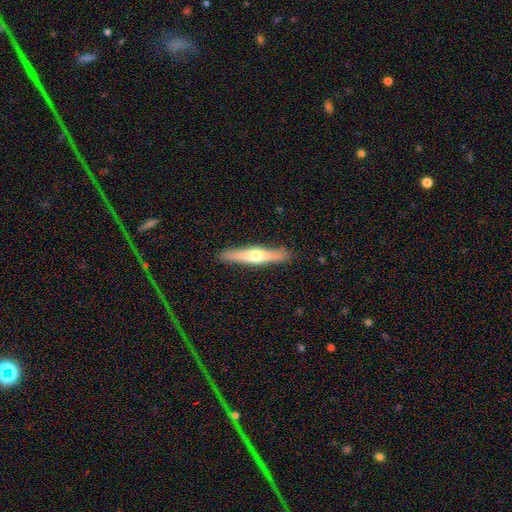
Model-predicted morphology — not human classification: Smooth or featured: featured or disk — 57% (smooth — 38%)
Edge-on disk: yes — 96% (no — 4%)
Edge-on bulge: rounded — 89% (none — 7%)
Merging: none — 91% (minor disturbance — 7%)